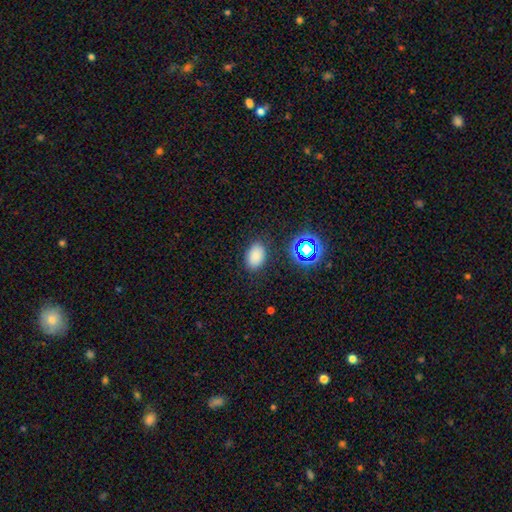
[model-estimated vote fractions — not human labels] Smooth or featured? Predicted: smooth (p=0.81). How rounded? Predicted: in between (p=0.85). Merging? Predicted: none (p=0.84).